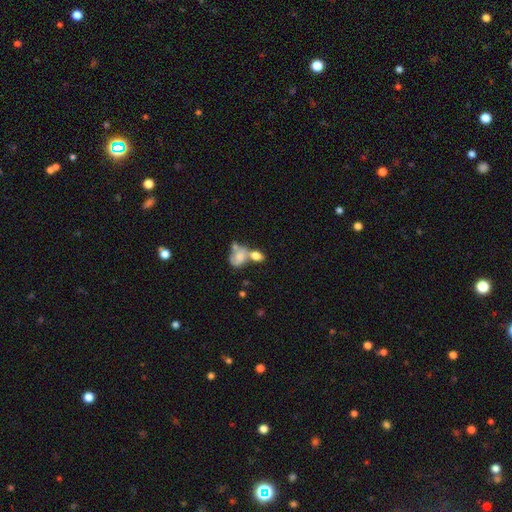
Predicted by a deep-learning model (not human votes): Smooth or featured? Predicted: smooth (p=0.68). How rounded? Predicted: in between (p=0.79). Merging? Predicted: merger (p=0.58).